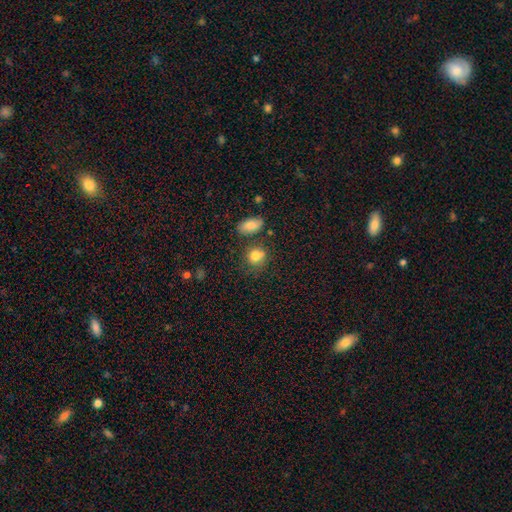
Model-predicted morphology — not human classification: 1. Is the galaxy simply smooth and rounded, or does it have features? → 83% smooth, 10% star or artifact, 7% featured or disk.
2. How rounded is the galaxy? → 65% round, 34% in between, 1% cigar-shaped.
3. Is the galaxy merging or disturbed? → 67% none, 16% minor disturbance, 11% merger, 5% major disturbance.